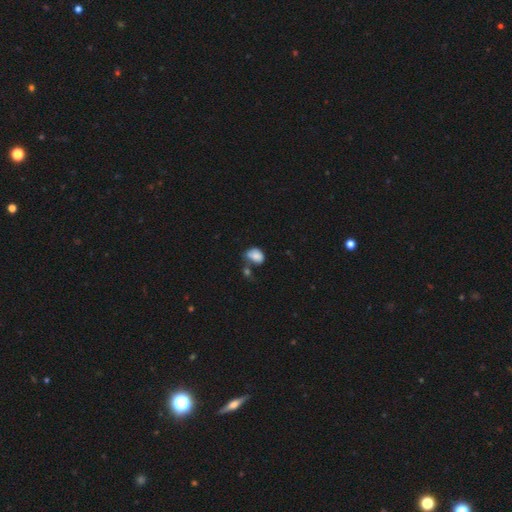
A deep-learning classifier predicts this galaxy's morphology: smooth_or_featured: smooth (p=0.81) [alt: featured or disk p=0.10]
how_rounded: in between (p=0.75) [alt: round p=0.23]
merging: none (p=0.37) [alt: minor disturbance p=0.29]